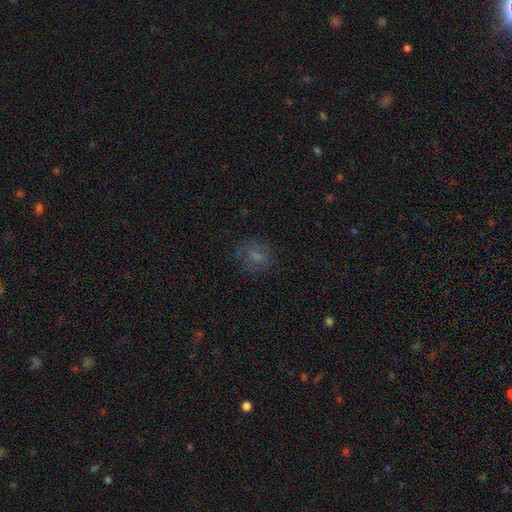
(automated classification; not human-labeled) Overall: smooth (56%; featured or disk 24%). How rounded: round (66%; in between 32%). Merging: none (72%).